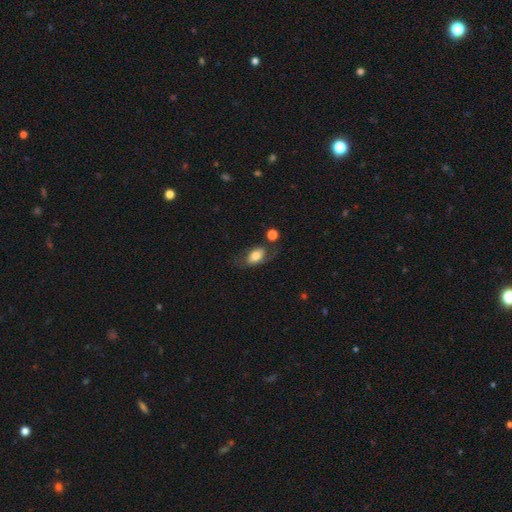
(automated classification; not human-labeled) smooth-or-featured: smooth: 62% | featured or disk: 30% | star or artifact: 8%
  how-rounded: in between: 86% | round: 12% | cigar-shaped: 2%
  merging: none: 48% | minor disturbance: 24% | major disturbance: 20% | merger: 9%